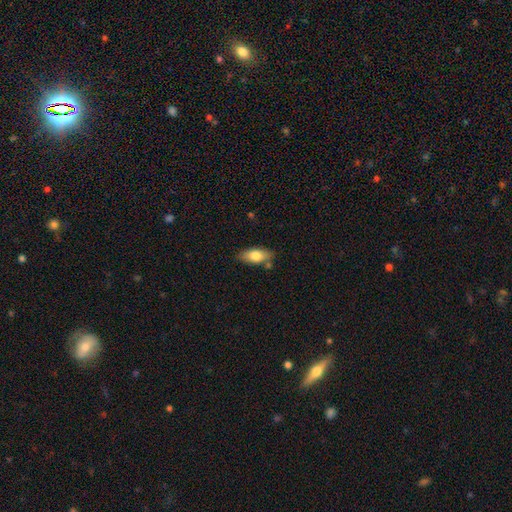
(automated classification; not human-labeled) smooth-or-featured: smooth: 76% | featured or disk: 17% | star or artifact: 7%
  how-rounded: in between: 84% | cigar-shaped: 13% | round: 3%
  merging: none: 76% | minor disturbance: 15% | merger: 6% | major disturbance: 3%